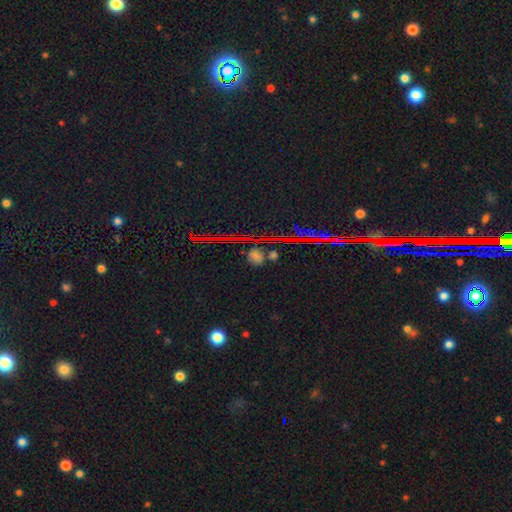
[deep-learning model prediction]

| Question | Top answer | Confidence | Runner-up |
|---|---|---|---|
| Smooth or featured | star or artifact | 49% | smooth (42%) |